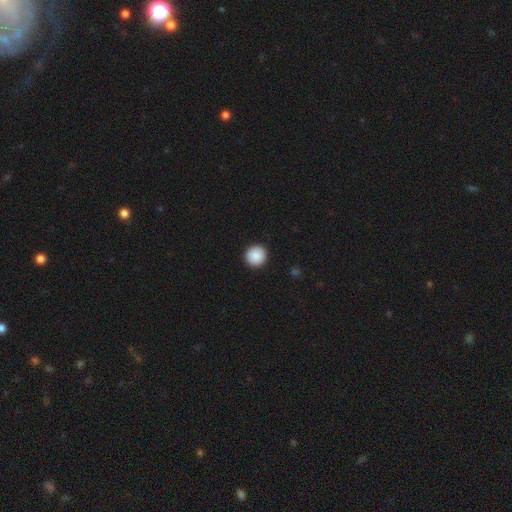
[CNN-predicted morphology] The model was most divided on "smooth or featured": smooth: 90%, star or artifact: 8%, featured or disk: 3%. More confident: how rounded — round (95%); merging — none (93%).